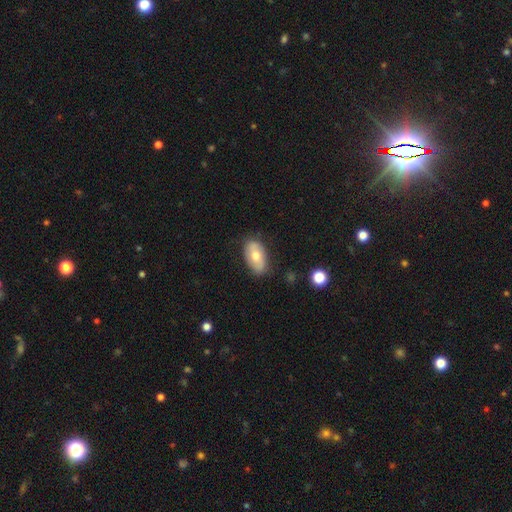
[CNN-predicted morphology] Smooth or featured: smooth — 62% (featured or disk — 31%)
How rounded: in between — 92% (round — 6%)
Merging: none — 76% (minor disturbance — 18%)